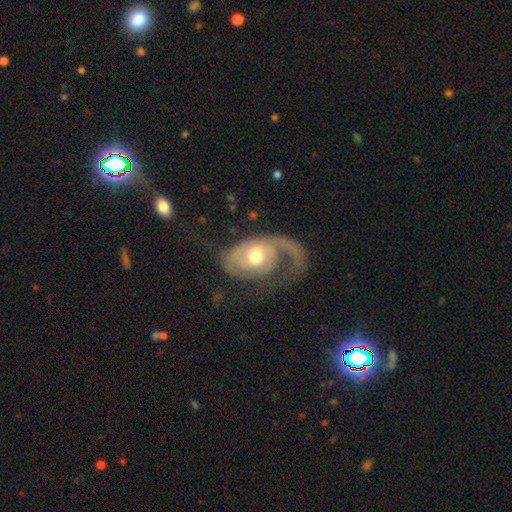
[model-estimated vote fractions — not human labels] A featured or disk galaxy (74%) with no bar (63%), 1 (72%) loose (42%) spiral arms (86%) and a moderate central bulge (68%).

Vote fractions:
- Smooth or featured? featured or disk: 74% / smooth: 21% / star or artifact: 5%
- Edge-on disk? no: 96% / yes: 4%
- Bar? no: 63% / weak: 30% / strong: 7%
- Spiral arms? yes: 86% / no: 14%
- Spiral winding? loose: 42% / medium: 33% / tight: 25%
- Spiral arm count? 1: 72% / 2: 17% / can't tell: 7% / 3: 2% / 4: 1% / more than 4: 1%
- Bulge size? moderate: 68% / small: 22% / large: 8% / dominant: 1% / none: 1%
- Merging? major disturbance: 52% / none: 30% / minor disturbance: 15% / merger: 3%